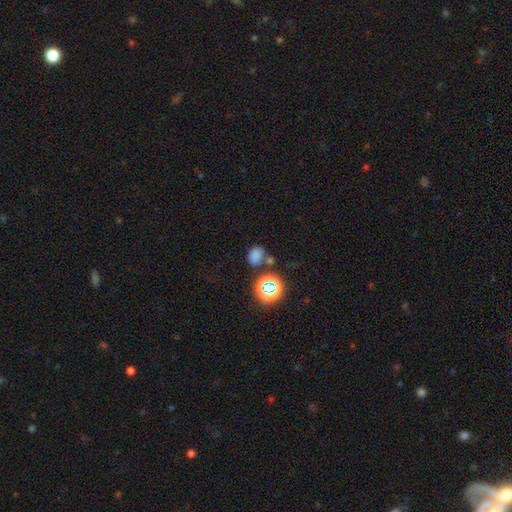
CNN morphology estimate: smooth-or-featured: smooth: 72% | star or artifact: 22% | featured or disk: 6%
  how-rounded: in between: 52% | round: 47% | cigar-shaped: 1%
  merging: none: 69% | merger: 14% | minor disturbance: 13% | major disturbance: 4%